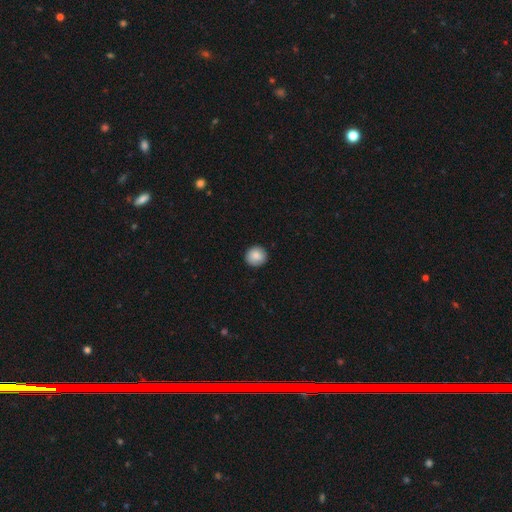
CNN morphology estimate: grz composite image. It shows a smooth galaxy with no disk features (86%) that is round (94%). Merging: none (91%).